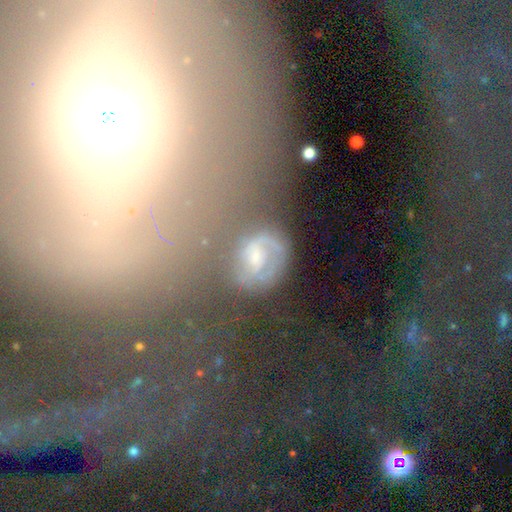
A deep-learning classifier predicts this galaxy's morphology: This appears to be a featured or disk galaxy (60%) with no bar (42%), spiral arms (77%) and a small central bulge (43%). Merging: none (57%).